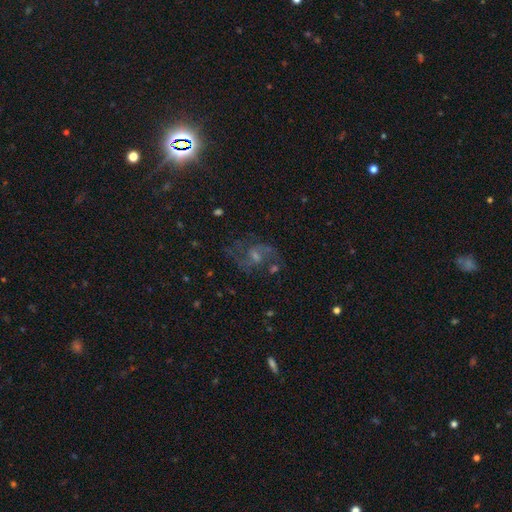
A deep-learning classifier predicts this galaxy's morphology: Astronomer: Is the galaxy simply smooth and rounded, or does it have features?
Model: featured or disk — 66%.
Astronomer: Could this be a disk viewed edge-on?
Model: no — 96%.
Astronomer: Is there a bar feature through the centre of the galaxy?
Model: no — 46% (runner-up: weak, 44%).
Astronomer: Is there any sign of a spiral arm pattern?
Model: yes — 89%.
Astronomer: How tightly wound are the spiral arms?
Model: medium — 46% (runner-up: loose, 42%).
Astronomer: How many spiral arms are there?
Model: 2 — 79%.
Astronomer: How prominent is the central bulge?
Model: small — 41%, tied with moderate at 41%.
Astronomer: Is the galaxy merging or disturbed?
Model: none — 67%.